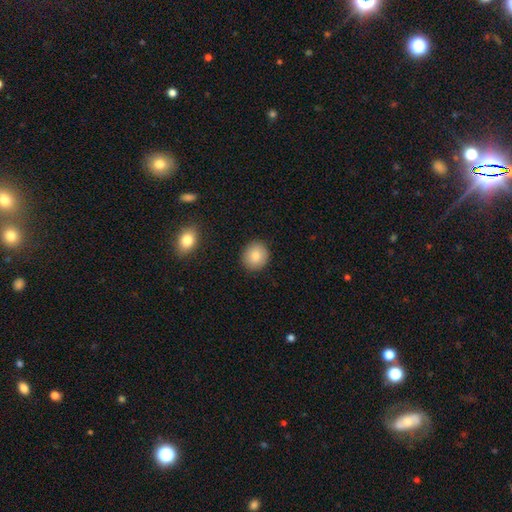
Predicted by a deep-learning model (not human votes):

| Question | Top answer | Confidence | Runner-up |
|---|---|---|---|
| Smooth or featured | smooth | 84% | star or artifact (8%) |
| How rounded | round | 83% | in between (16%) |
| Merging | none | 90% | minor disturbance (7%) |